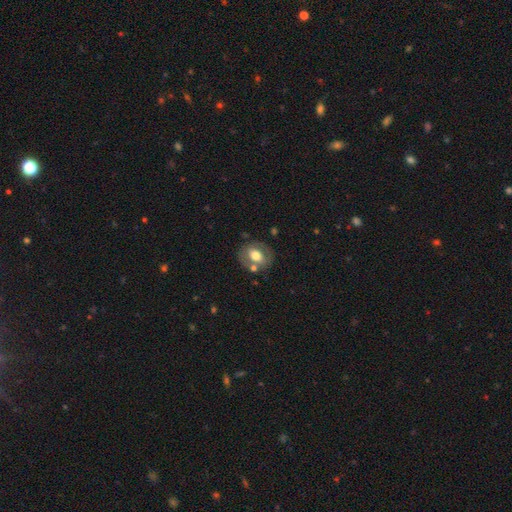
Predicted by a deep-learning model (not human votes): A smooth galaxy with no disk features (56%) that is round (52%).

Vote fractions:
- Smooth or featured? smooth: 56% / featured or disk: 36% / star or artifact: 8%
- How rounded? round: 52% / in between: 47% / cigar-shaped: 1%
- Merging? none: 69% / minor disturbance: 15% / merger: 10% / major disturbance: 5%